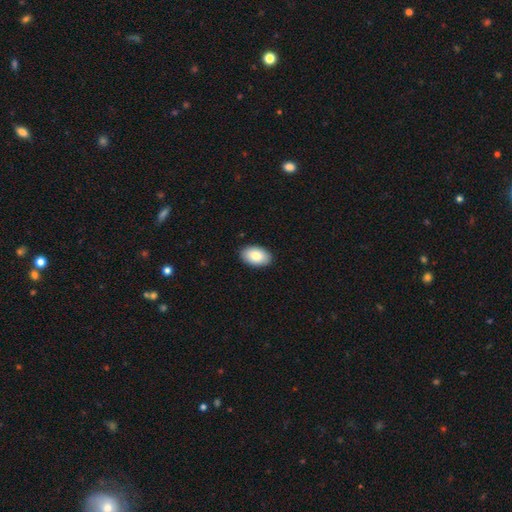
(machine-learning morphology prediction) This is clearly a smooth galaxy (85%). How rounded: clearly in between (92%). Merging: clearly none (90%).